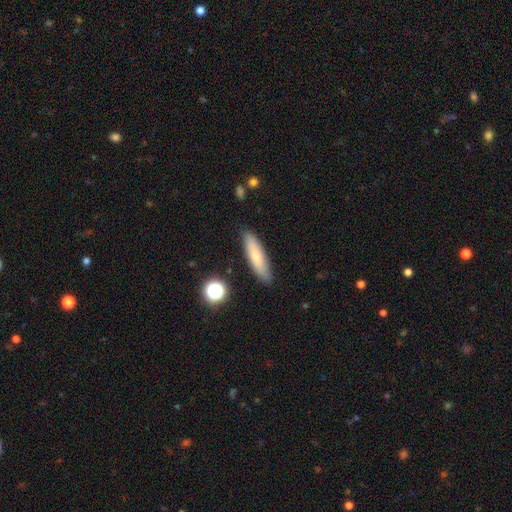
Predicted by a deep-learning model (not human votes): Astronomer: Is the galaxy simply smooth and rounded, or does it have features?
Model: smooth — 70%.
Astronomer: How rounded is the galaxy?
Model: cigar-shaped — 73%.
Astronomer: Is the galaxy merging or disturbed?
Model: none — 87%.